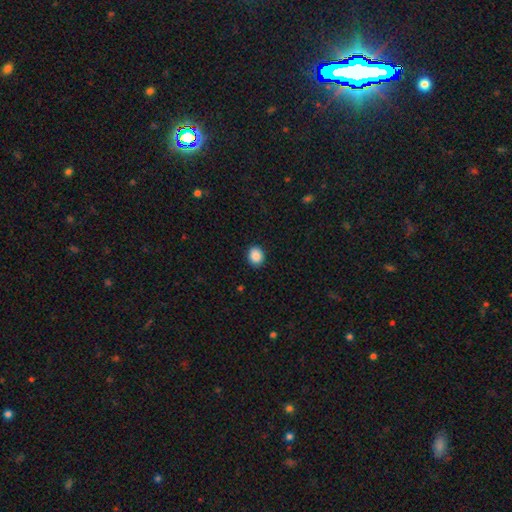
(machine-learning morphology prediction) Smooth or featured?
  - smooth: 89% *
  - star or artifact: 8%
  - featured or disk: 3%
How rounded?
  - round: 57% *
  - in between: 42%
  - cigar-shaped: 1%
Merging?
  - none: 90% *
  - minor disturbance: 7%
  - major disturbance: 2%
  - merger: 1%